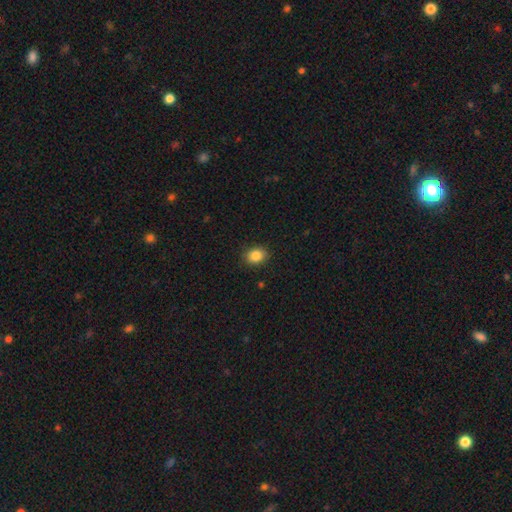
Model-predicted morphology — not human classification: A smooth galaxy with no disk features (86%) that is round (50%). Merging: none (88%).